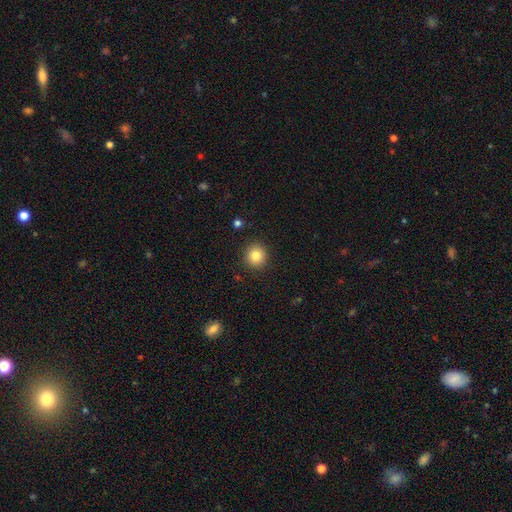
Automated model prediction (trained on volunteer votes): Smooth or featured?
  - smooth: 83% *
  - star or artifact: 11%
  - featured or disk: 7%
How rounded?
  - round: 92% *
  - in between: 7%
  - cigar-shaped: 1%
Merging?
  - none: 91% *
  - minor disturbance: 6%
  - major disturbance: 2%
  - merger: 1%